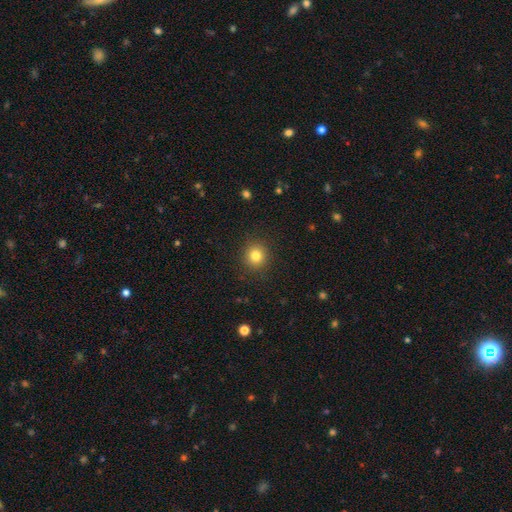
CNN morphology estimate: Smooth or featured? Predicted: smooth (p=0.81). How rounded? Predicted: round (p=0.88). Merging? Predicted: none (p=0.90).